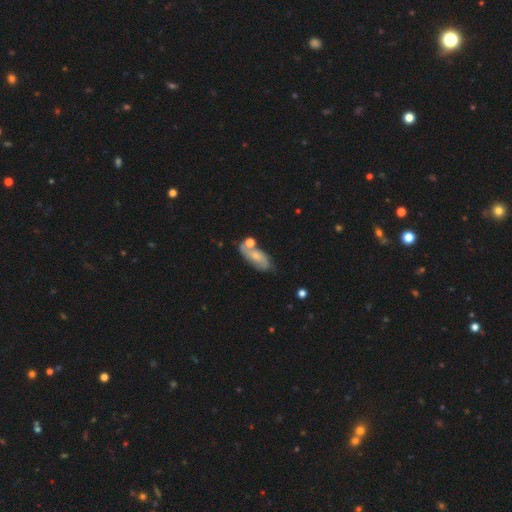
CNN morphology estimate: This is possibly a smooth galaxy (49%). Merging: possibly none (51%).